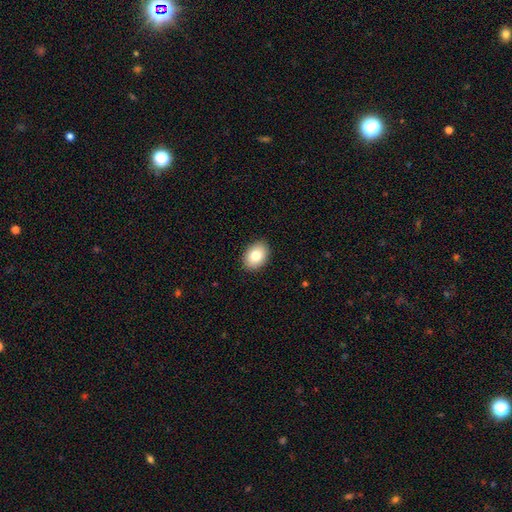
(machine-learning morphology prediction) smooth-or-featured: smooth: 82% | featured or disk: 10% | star or artifact: 8%
  how-rounded: in between: 77% | round: 22% | cigar-shaped: 1%
  merging: none: 89% | minor disturbance: 8% | major disturbance: 2% | merger: 1%